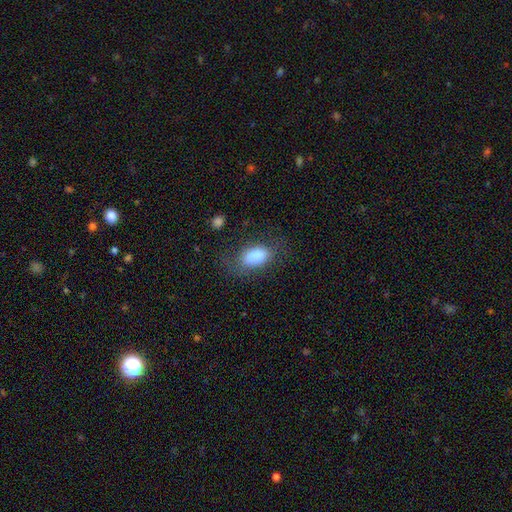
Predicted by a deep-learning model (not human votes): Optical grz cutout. It shows a smooth galaxy with no disk features (82%) that is in between round and cigar-shaped (90%). Merging: none (59%).